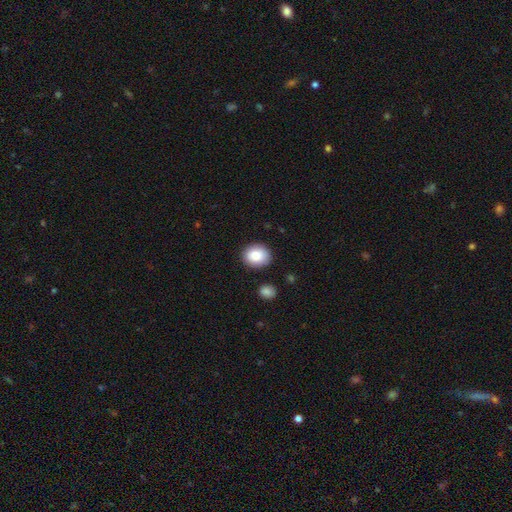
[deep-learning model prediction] smooth_or_featured: smooth (p=0.84) [alt: star or artifact p=0.08]
how_rounded: round (p=0.67) [alt: in between p=0.32]
merging: none (p=0.86) [alt: minor disturbance p=0.09]